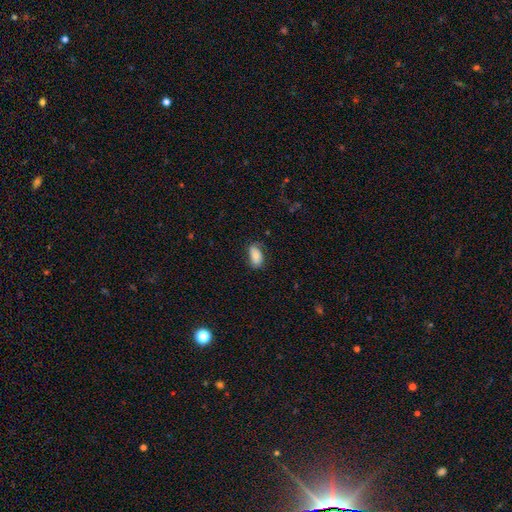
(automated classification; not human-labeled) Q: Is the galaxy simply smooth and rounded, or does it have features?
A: smooth — 78%.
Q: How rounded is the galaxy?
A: in between — 92%.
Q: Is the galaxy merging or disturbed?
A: none — 65%.